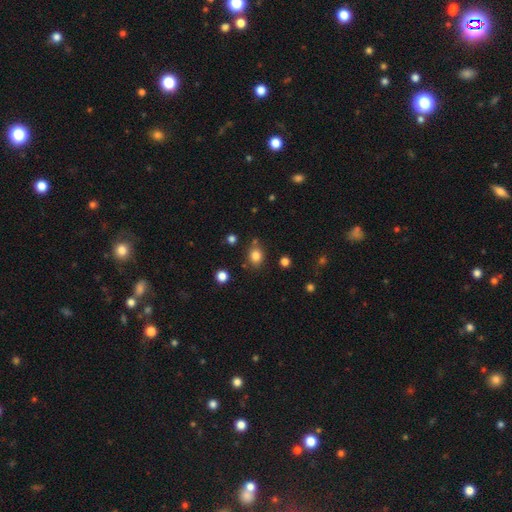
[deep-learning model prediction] The model was most divided on "how rounded": round: 60%, in between: 39%, cigar-shaped: 1%. More confident: smooth or featured — smooth (82%); merging — none (77%).